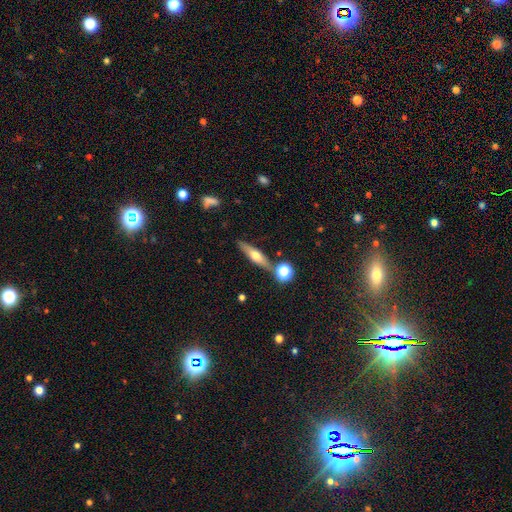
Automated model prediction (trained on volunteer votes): Smooth or featured? featured or disk (51%)
Edge-on disk? yes (89%)
Merging? none (77%)